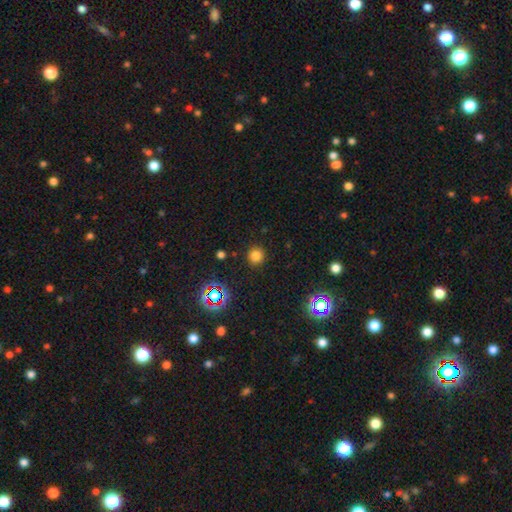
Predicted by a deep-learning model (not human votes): This appears to be a smooth galaxy with no disk features (76%) that is round (94%). Merging: none (89%).